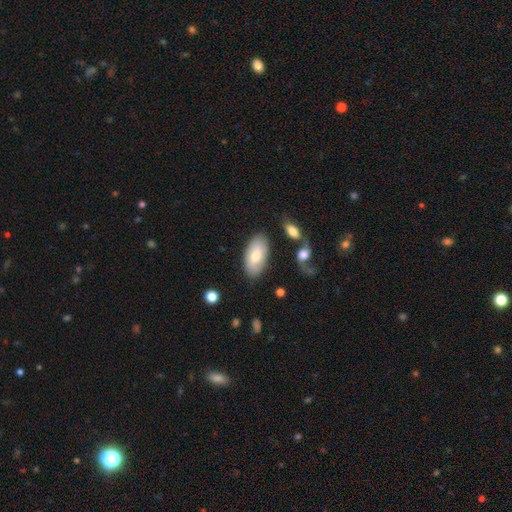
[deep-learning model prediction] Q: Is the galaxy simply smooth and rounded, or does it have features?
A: smooth — 70%.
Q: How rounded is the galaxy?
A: in between — 94%.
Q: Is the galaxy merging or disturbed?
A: none — 80%.